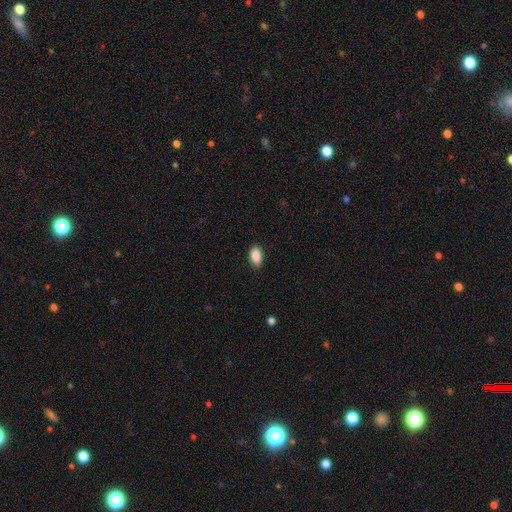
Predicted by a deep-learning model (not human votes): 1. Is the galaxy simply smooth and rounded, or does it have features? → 89% smooth, 7% star or artifact, 4% featured or disk.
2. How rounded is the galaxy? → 92% in between, 4% round, 3% cigar-shaped.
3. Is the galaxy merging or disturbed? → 87% none, 10% minor disturbance, 2% major disturbance, 1% merger.